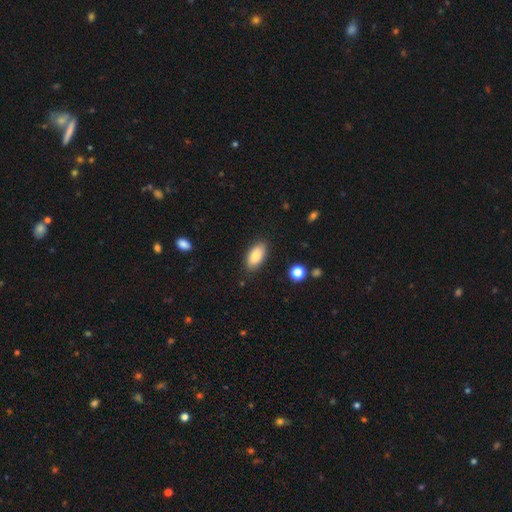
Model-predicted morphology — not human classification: Q: Smooth or featured?
A: smooth (86%); runner-up: featured or disk (7%)
Q: How rounded?
A: in between (91%); runner-up: cigar-shaped (6%)
Q: Merging?
A: none (86%); runner-up: minor disturbance (10%)